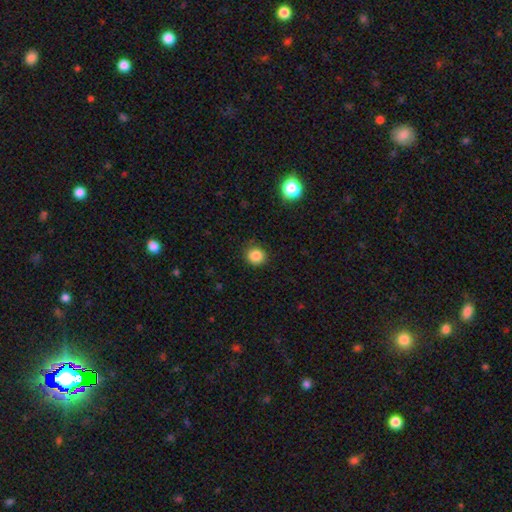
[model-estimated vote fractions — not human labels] This appears to be a smooth galaxy with no disk features (85%) that is round (88%). Merging: none (89%).